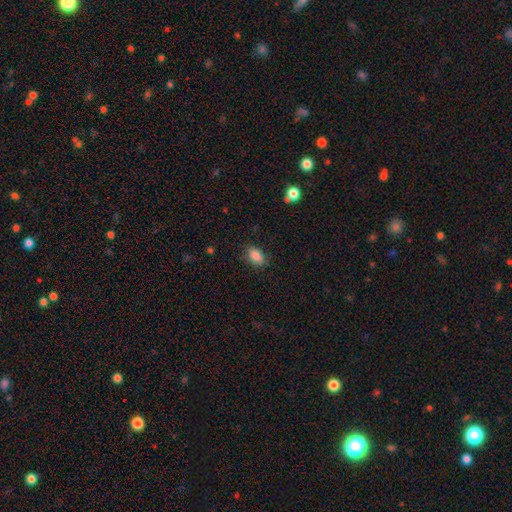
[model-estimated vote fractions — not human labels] Smooth or featured?
  - smooth: 87% *
  - star or artifact: 9%
  - featured or disk: 4%
How rounded?
  - in between: 89% *
  - round: 9%
  - cigar-shaped: 2%
Merging?
  - none: 82% *
  - minor disturbance: 14%
  - major disturbance: 3%
  - merger: 1%